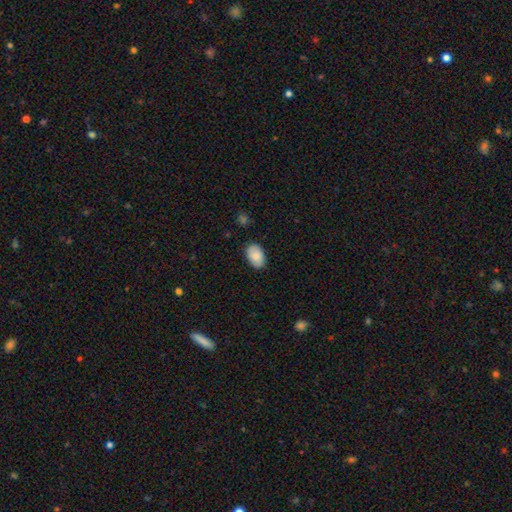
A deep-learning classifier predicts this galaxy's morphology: Q: Smooth or featured?
A: smooth (84%); runner-up: featured or disk (9%)
Q: How rounded?
A: in between (90%); runner-up: round (9%)
Q: Merging?
A: none (84%); runner-up: minor disturbance (13%)